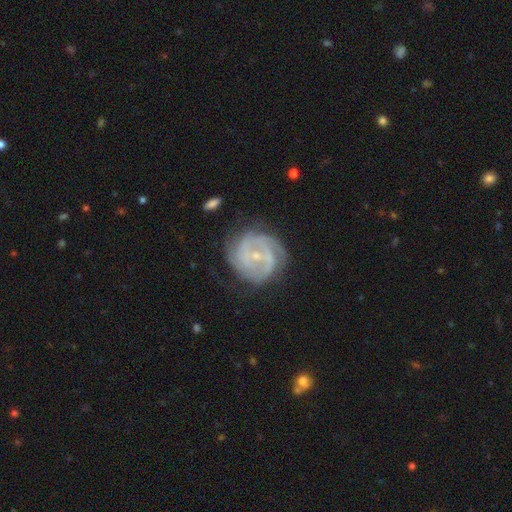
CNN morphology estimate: Smooth or featured? Predicted: featured or disk (p=0.84). Edge-on disk? Predicted: no (p=0.98). Bar? Predicted: no (p=0.45). Spiral arms? Predicted: yes (p=0.94). Spiral winding? Predicted: tight (p=0.58). Spiral arm count? Predicted: 2 (p=0.31). Bulge size? Predicted: small (p=0.76). Merging? Predicted: none (p=0.70).